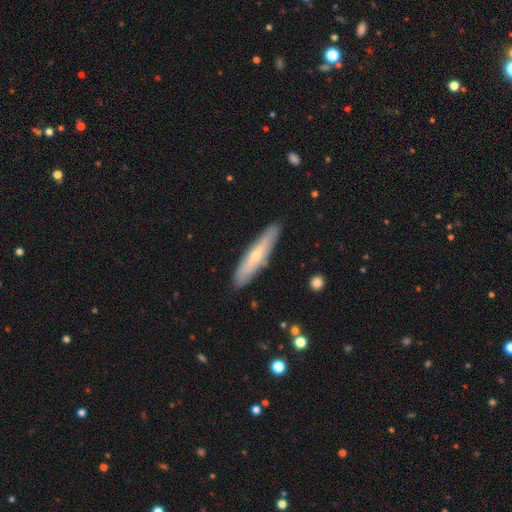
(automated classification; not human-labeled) Smooth or featured?
  - smooth: 50% *
  - featured or disk: 44%
  - star or artifact: 6%
Merging?
  - none: 87% *
  - minor disturbance: 10%
  - major disturbance: 2%
  - merger: 1%